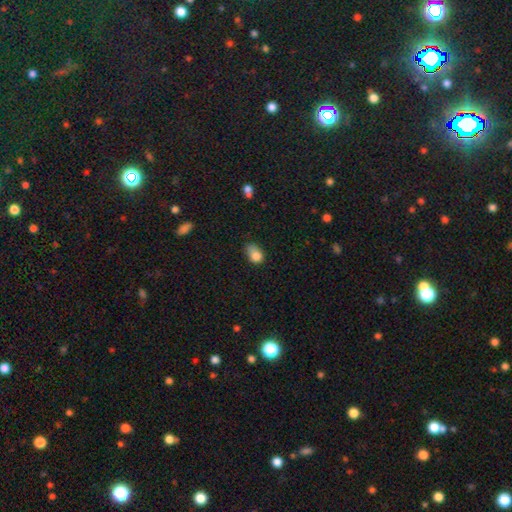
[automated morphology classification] A smooth galaxy with no disk features (80%) that is in between round and cigar-shaped (77%).

Vote fractions:
- Smooth or featured? smooth: 80% / star or artifact: 10% / featured or disk: 10%
- How rounded? in between: 77% / round: 21% / cigar-shaped: 2%
- Merging? minor disturbance: 43% / none: 33% / major disturbance: 19% / merger: 5%